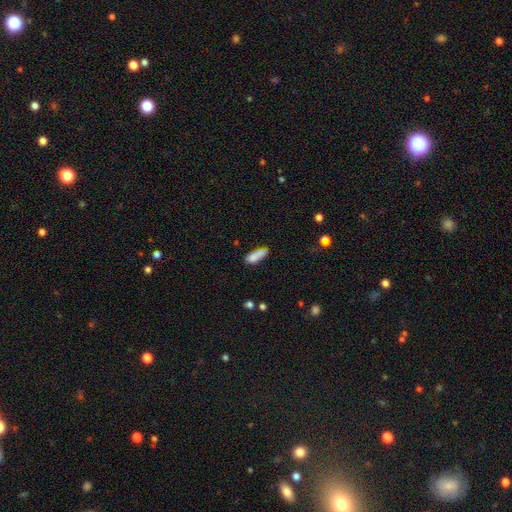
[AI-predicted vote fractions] Smooth or featured? smooth (80%)
How rounded? in between (57%)
Merging? none (53%)